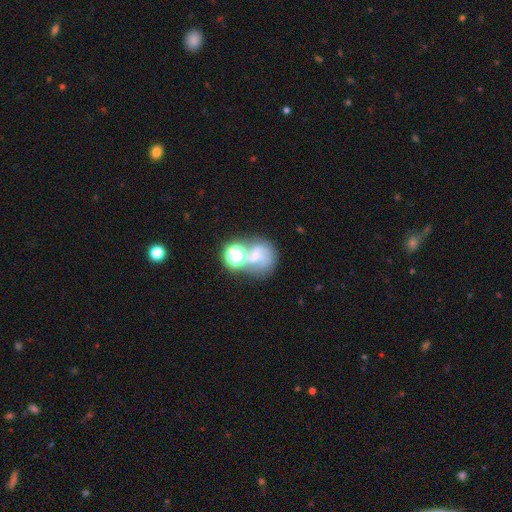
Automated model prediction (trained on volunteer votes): featured or disk 48%, smooth 31%, star or artifact 21%. Down the decision tree: merging — none (36%).